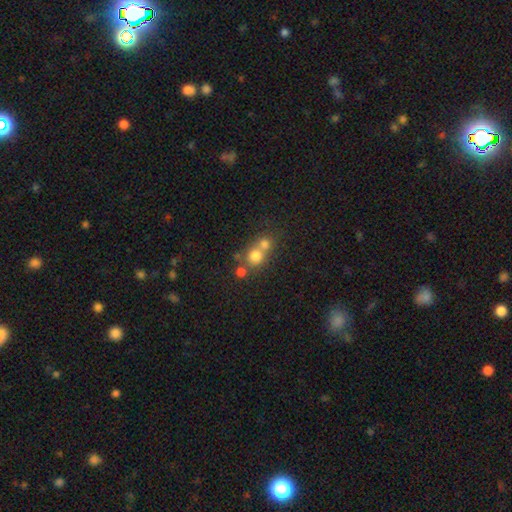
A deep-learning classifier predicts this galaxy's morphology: Overall: smooth (73%). How rounded: round (85%). Merging: merger (52%; none 39%).